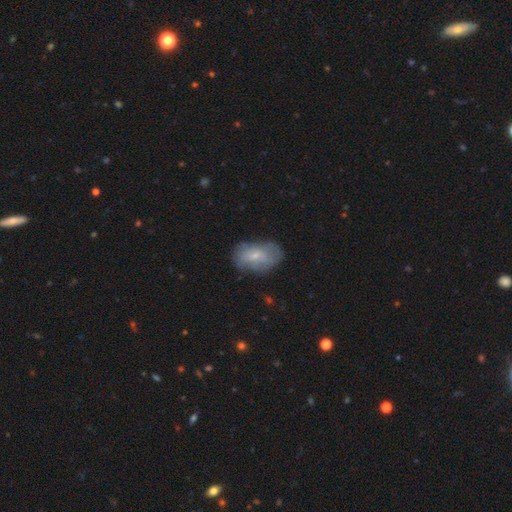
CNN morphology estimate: Smooth or featured? Predicted: smooth (p=0.59). How rounded? Predicted: in between (p=0.90). Merging? Predicted: none (p=0.61).